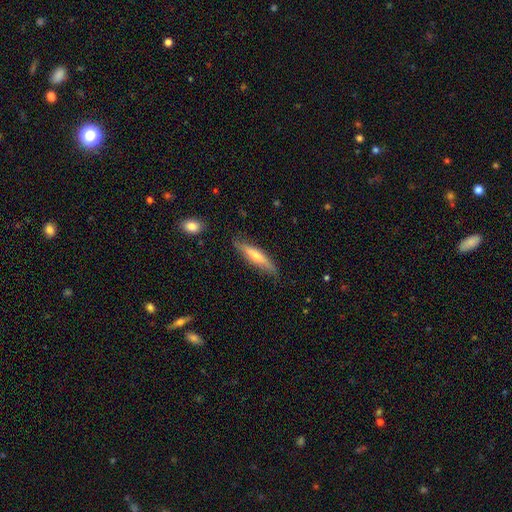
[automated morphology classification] A smooth galaxy with no disk features (51%) that is cigar-shaped (82%).

Vote fractions:
- Smooth or featured? smooth: 51% / featured or disk: 43% / star or artifact: 6%
- How rounded? cigar-shaped: 82% / in between: 16% / round: 2%
- Merging? none: 81% / minor disturbance: 15% / major disturbance: 3% / merger: 2%